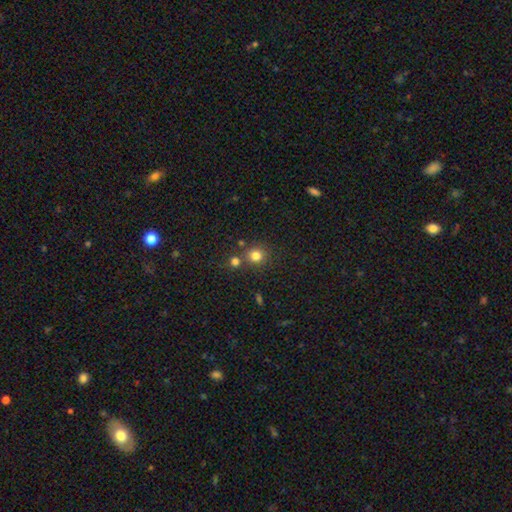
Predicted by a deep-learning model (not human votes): This appears to be a smooth galaxy with no disk features (79%) that is round (88%). Merging: none (72%).